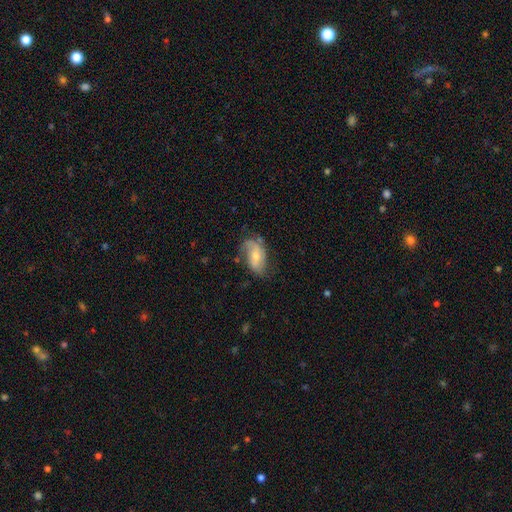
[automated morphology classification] Smooth or featured? featured or disk (54%)
Edge-on disk? no (94%)
Bar? no (48%)
Spiral arms? yes (77%)
Bulge size? moderate (50%)
Merging? none (51%)